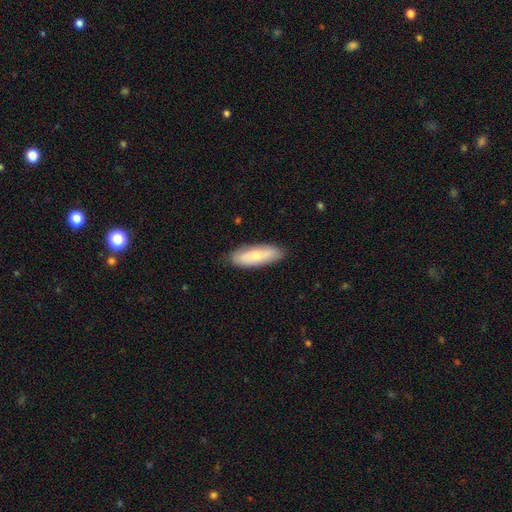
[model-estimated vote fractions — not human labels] Smooth or featured: smooth — 64% (featured or disk — 31%)
How rounded: in between — 64% (cigar-shaped — 34%)
Merging: none — 83% (minor disturbance — 13%)